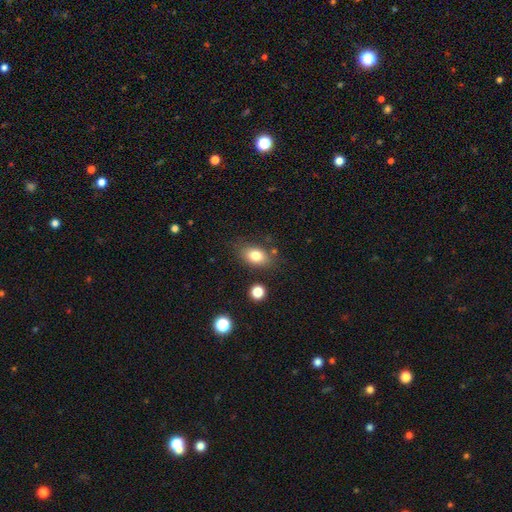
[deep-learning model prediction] The model was most divided on "merging": none: 75%, minor disturbance: 15%, merger: 5%, major disturbance: 5%. More confident: how rounded — in between (83%); smooth or featured — smooth (82%).